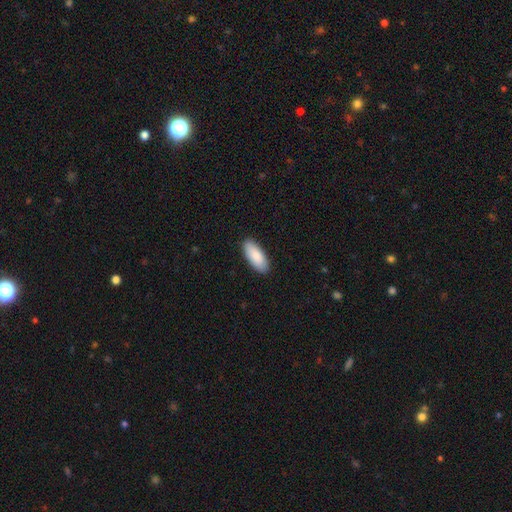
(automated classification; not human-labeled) Smooth or featured?
  - smooth: 89% *
  - featured or disk: 6%
  - star or artifact: 5%
How rounded?
  - in between: 83% *
  - cigar-shaped: 15%
  - round: 2%
Merging?
  - none: 90% *
  - minor disturbance: 7%
  - major disturbance: 2%
  - merger: 1%